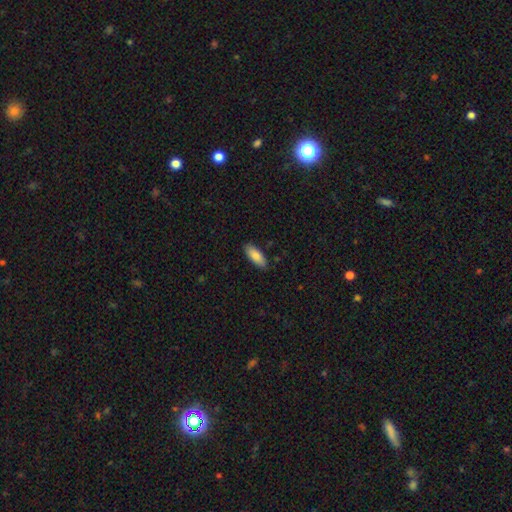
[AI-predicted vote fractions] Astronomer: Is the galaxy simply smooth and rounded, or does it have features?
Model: smooth — 86%.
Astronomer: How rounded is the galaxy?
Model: in between — 75%.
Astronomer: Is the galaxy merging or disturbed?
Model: none — 87%.